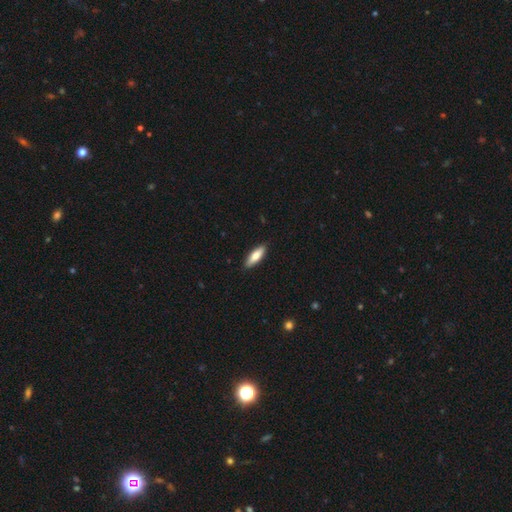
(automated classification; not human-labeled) Smooth or featured?
  - smooth: 73% *
  - featured or disk: 22%
  - star or artifact: 5%
How rounded?
  - cigar-shaped: 49% * (tied)
  - in between: 49% * (tied)
  - round: 2%
Merging?
  - none: 89% *
  - minor disturbance: 9%
  - major disturbance: 2%
  - merger: 1%